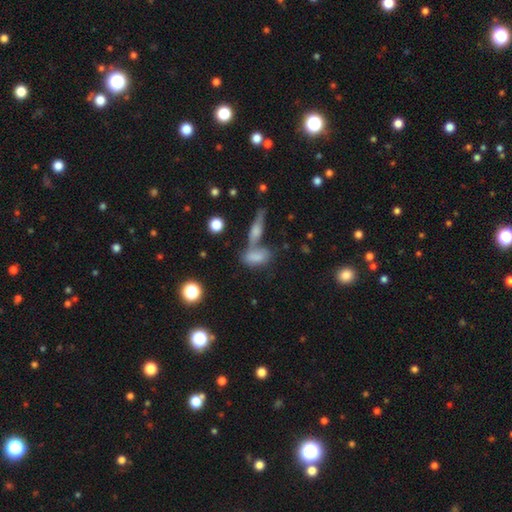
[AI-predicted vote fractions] smooth 71%, featured or disk 18%, star or artifact 11%. Down the decision tree: how rounded — in between (79%); merging — merger (45%).